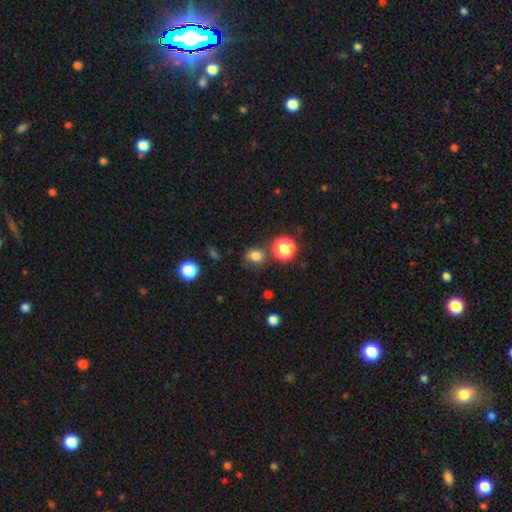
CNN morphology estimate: This appears to be a smooth galaxy with no disk features (77%) that is round (67%). Merging: none (72%).